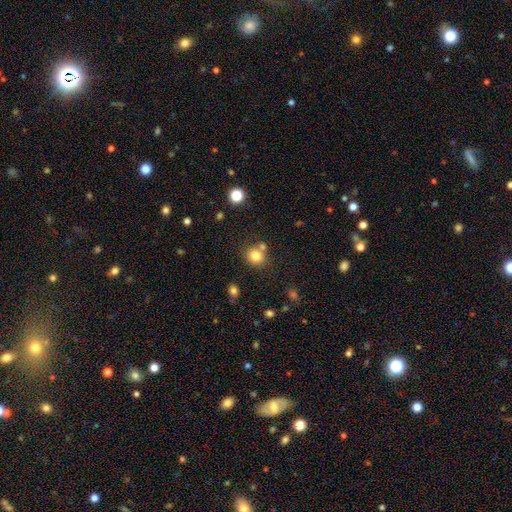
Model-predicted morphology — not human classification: Smooth or featured? Predicted: smooth (p=0.80). How rounded? Predicted: round (p=0.80). Merging? Predicted: none (p=0.69).